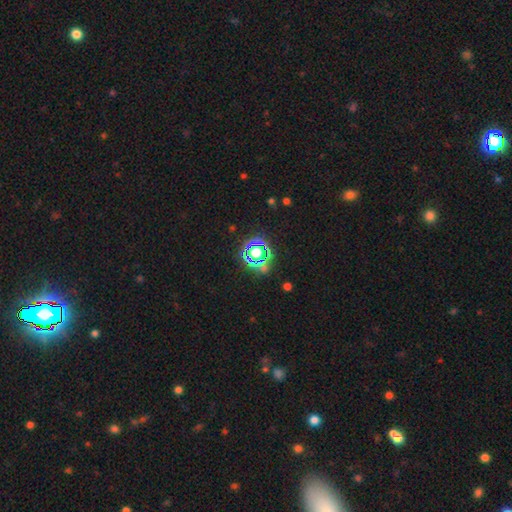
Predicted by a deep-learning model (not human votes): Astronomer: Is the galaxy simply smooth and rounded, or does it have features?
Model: star or artifact — 64%.